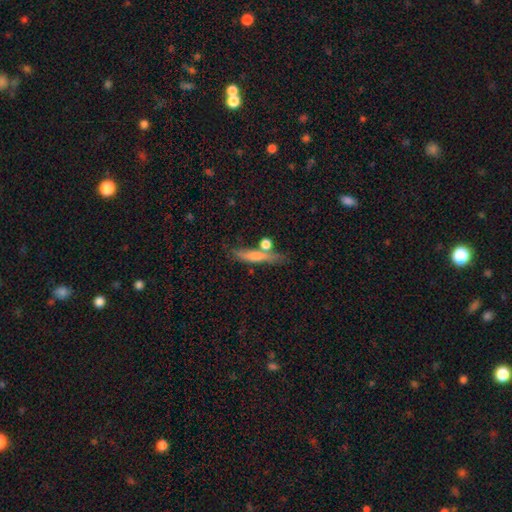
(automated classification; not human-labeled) Morphology: type=smooth (58%); roundness=cigar-shaped (84%); merging=none (65%).